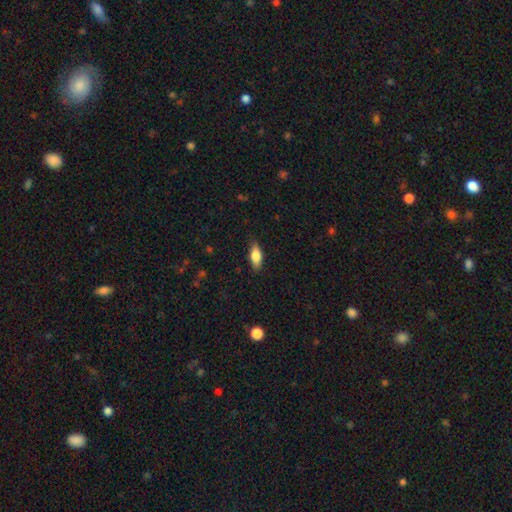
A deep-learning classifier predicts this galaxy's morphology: smooth-or-featured: smooth: 73% | featured or disk: 20% | star or artifact: 7%
  how-rounded: in between: 76% | cigar-shaped: 20% | round: 3%
  merging: none: 84% | minor disturbance: 13% | major disturbance: 3% | merger: 1%